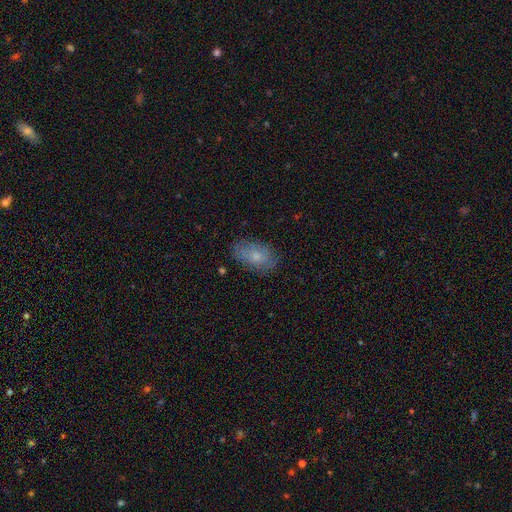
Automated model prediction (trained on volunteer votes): smooth-or-featured: smooth: 64% | featured or disk: 28% | star or artifact: 8%
  how-rounded: in between: 91% | round: 7% | cigar-shaped: 2%
  merging: none: 75% | minor disturbance: 19% | major disturbance: 5% | merger: 1%